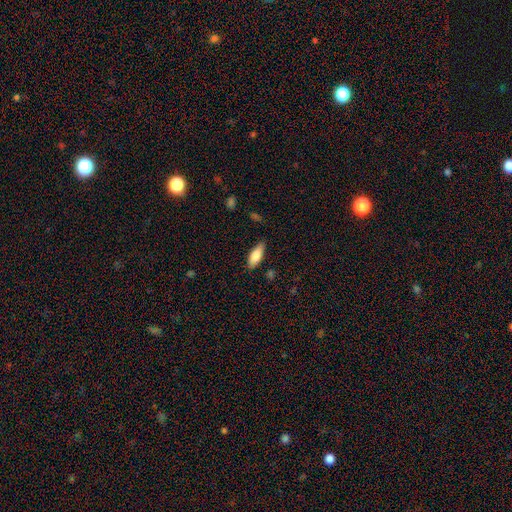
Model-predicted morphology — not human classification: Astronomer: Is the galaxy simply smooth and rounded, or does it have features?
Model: smooth — 78%.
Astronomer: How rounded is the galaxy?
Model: in between — 67%.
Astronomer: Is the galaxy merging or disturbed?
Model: none — 79%.